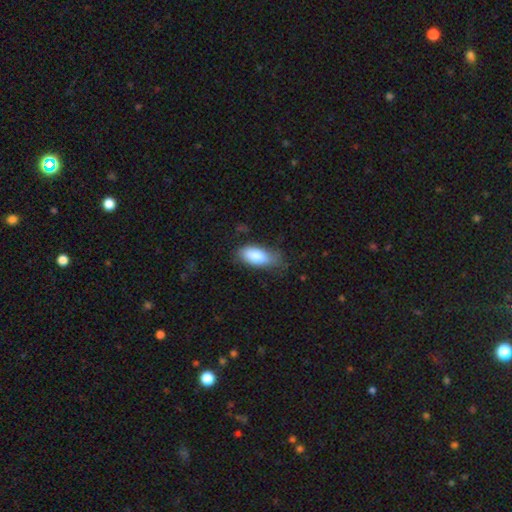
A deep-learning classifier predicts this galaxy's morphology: type=smooth (83%); roundness=in between (87%); merging=none (62%).